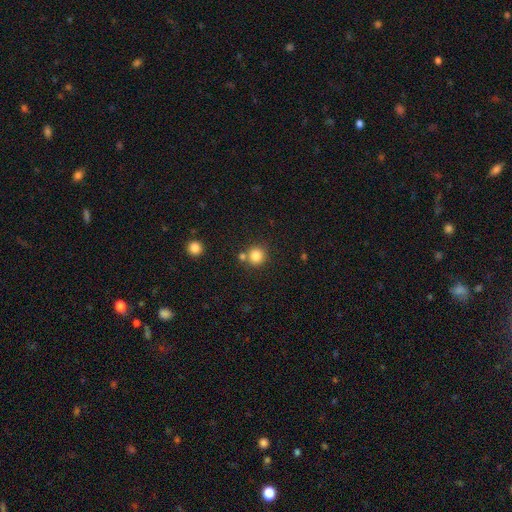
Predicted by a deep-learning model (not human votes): smooth-or-featured: smooth: 83% | star or artifact: 11% | featured or disk: 6%
  how-rounded: round: 91% | in between: 8% | cigar-shaped: 1%
  merging: none: 72% | merger: 17% | minor disturbance: 8% | major disturbance: 3%